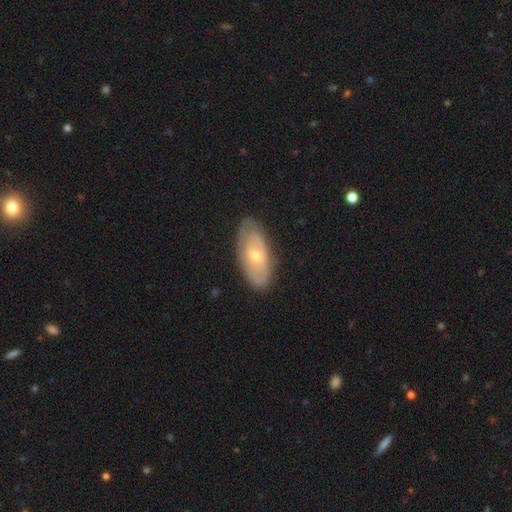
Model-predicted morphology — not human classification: featured or disk 59%, smooth 34%, star or artifact 6%. Down the decision tree: edge-on disk — no (87%); bar — no (68%); spiral arms — yes (56%); bulge size — small (53%); merging — none (78%).